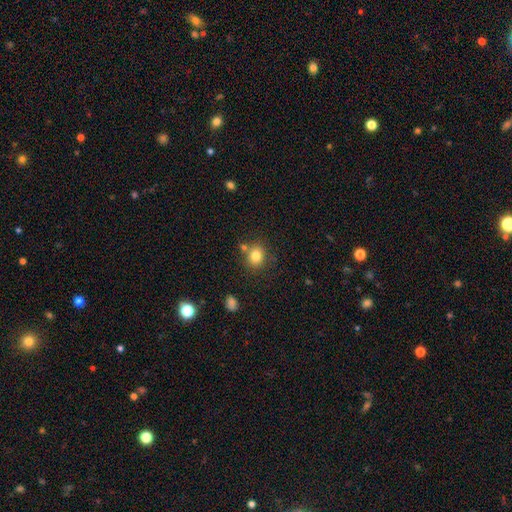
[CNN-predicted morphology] A smooth galaxy with no disk features (81%) that is round (73%).

Vote fractions:
- Smooth or featured? smooth: 81% / star or artifact: 12% / featured or disk: 8%
- How rounded? round: 73% / in between: 26% / cigar-shaped: 1%
- Merging? none: 73% / merger: 12% / minor disturbance: 11% / major disturbance: 3%